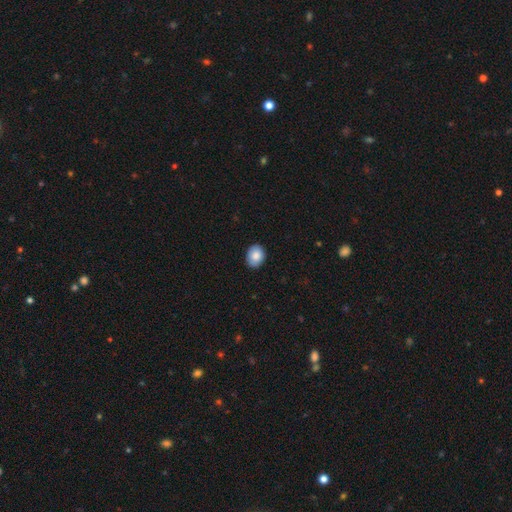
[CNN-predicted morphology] The model was most divided on "how rounded": in between: 60%, round: 39%, cigar-shaped: 1%. More confident: merging — none (86%); smooth or featured — smooth (86%).